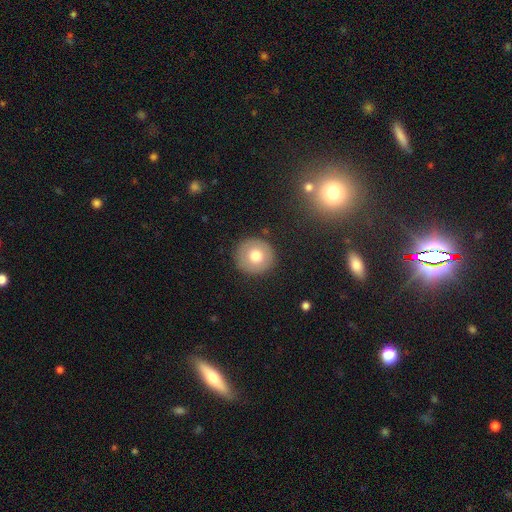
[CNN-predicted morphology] smooth 71%, featured or disk 20%, star or artifact 9%. Down the decision tree: how rounded — round (94%); merging — none (90%).